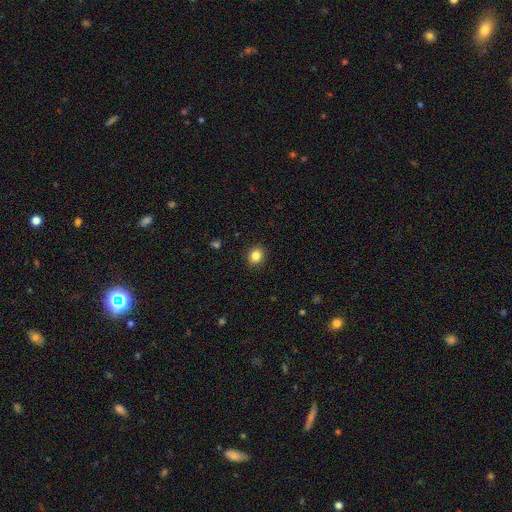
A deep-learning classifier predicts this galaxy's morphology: Overall: smooth (84%). How rounded: round (72%). Merging: none (91%).